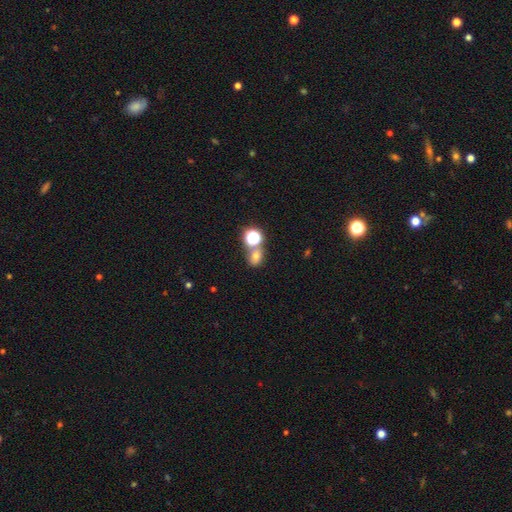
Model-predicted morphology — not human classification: A smooth galaxy with no disk features (64%) that is round (53%).

Vote fractions:
- Smooth or featured? smooth: 64% / star or artifact: 25% / featured or disk: 11%
- How rounded? round: 53% / in between: 46% / cigar-shaped: 1%
- Merging? none: 58% / merger: 27% / minor disturbance: 11% / major disturbance: 5%